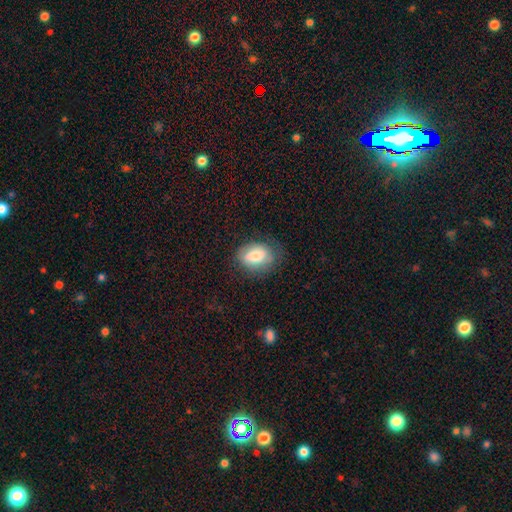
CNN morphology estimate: smooth 74%, featured or disk 18%, star or artifact 8%. Down the decision tree: how rounded — in between (75%); merging — none (69%).